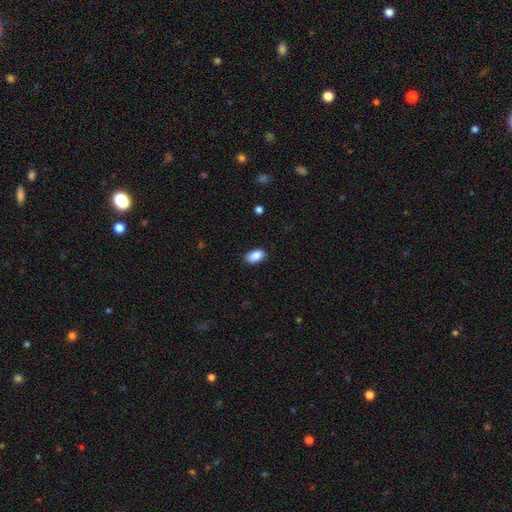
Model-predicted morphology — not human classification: smooth_or_featured: smooth (p=0.88) [alt: star or artifact p=0.07]
how_rounded: in between (p=0.93) [alt: round p=0.05]
merging: none (p=0.86) [alt: minor disturbance p=0.11]